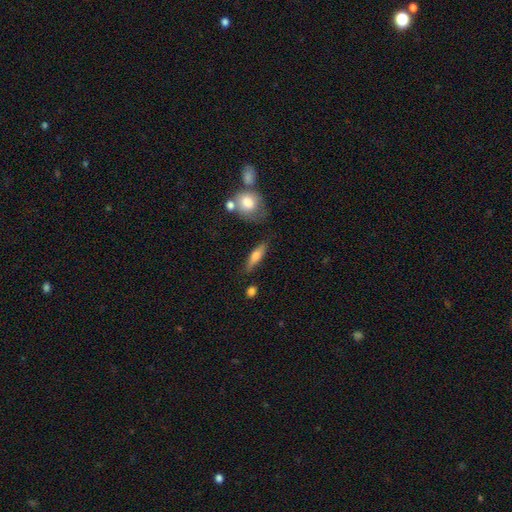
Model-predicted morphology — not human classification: This is likely a smooth galaxy (61%). How rounded: possibly cigar-shaped (54%). Merging: likely none (73%).